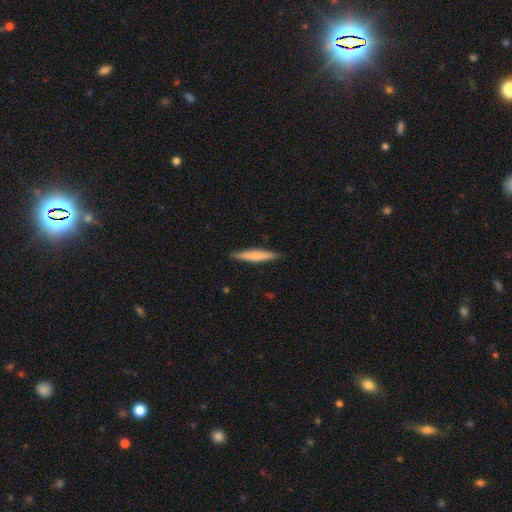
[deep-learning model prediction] smooth-or-featured: smooth: 67% | featured or disk: 27% | star or artifact: 5%
  how-rounded: cigar-shaped: 93% | in between: 6% | round: 1%
  merging: none: 90% | minor disturbance: 8% | major disturbance: 1% | merger: 1%